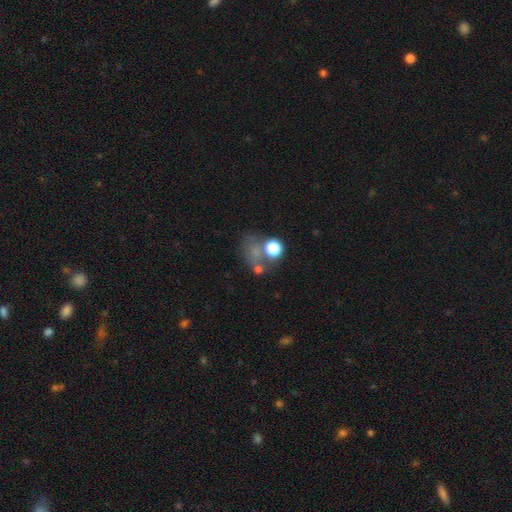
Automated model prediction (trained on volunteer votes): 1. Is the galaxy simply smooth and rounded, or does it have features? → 44% smooth, 39% star or artifact, 16% featured or disk.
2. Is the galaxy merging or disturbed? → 45% none, 22% merger, 19% major disturbance, 14% minor disturbance.